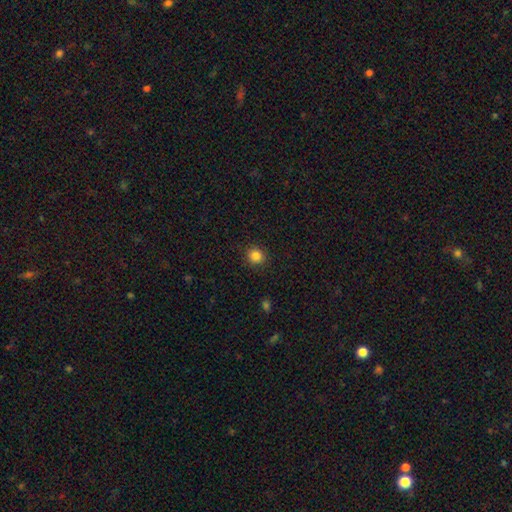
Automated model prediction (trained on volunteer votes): smooth_or_featured: smooth (p=0.85) [alt: star or artifact p=0.11]
how_rounded: round (p=0.89) [alt: in between p=0.10]
merging: none (p=0.90) [alt: minor disturbance p=0.06]